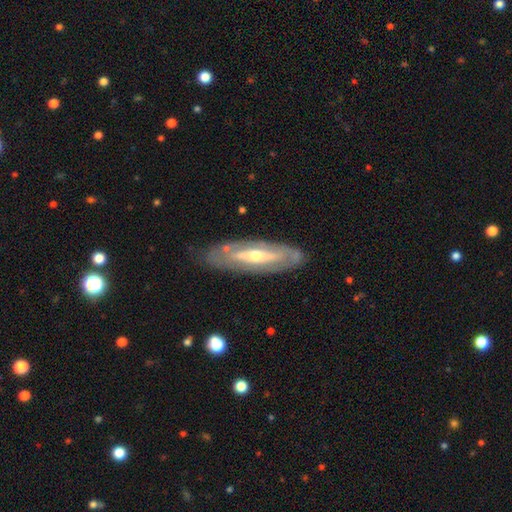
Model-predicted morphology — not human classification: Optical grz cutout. It shows a featured or disk galaxy (77%) with no bar (42%), spiral arms (53%) and a moderate central bulge (58%). Merging: none (80%).